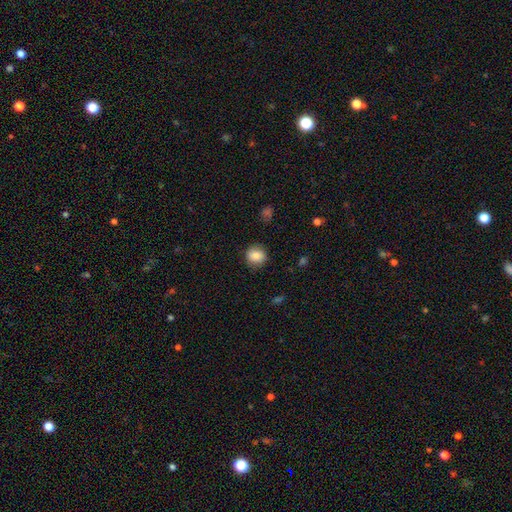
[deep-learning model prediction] smooth-or-featured: smooth: 84% | star or artifact: 9% | featured or disk: 7%
  how-rounded: round: 82% | in between: 17% | cigar-shaped: 1%
  merging: none: 84% | minor disturbance: 12% | major disturbance: 3% | merger: 1%